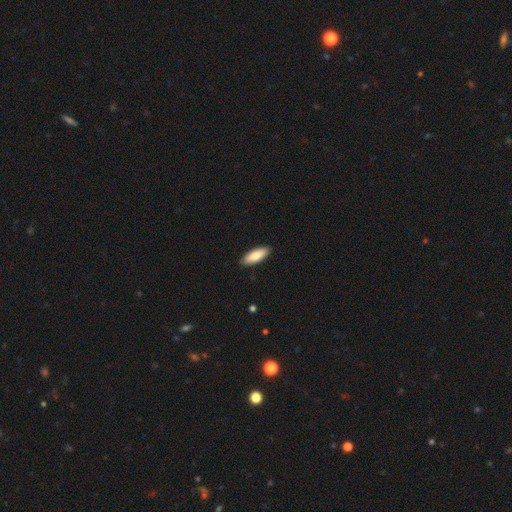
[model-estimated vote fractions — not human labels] smooth_or_featured: smooth (p=0.85) [alt: featured or disk p=0.10]
how_rounded: in between (p=0.65) [alt: cigar-shaped p=0.33]
merging: none (p=0.90) [alt: minor disturbance p=0.08]